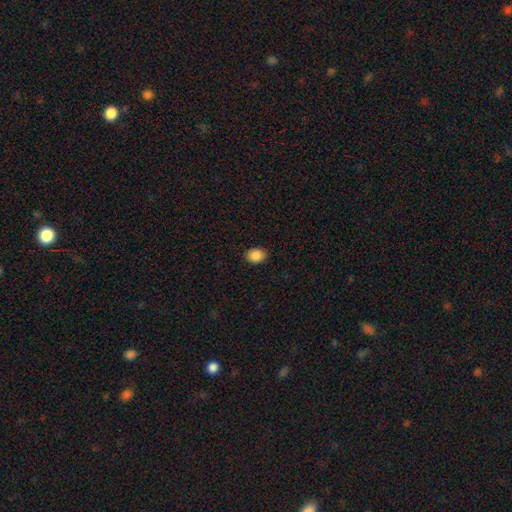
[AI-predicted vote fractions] smooth_or_featured: smooth (p=0.88) [alt: star or artifact p=0.08]
how_rounded: in between (p=0.63) [alt: round p=0.36]
merging: none (p=0.89) [alt: minor disturbance p=0.08]